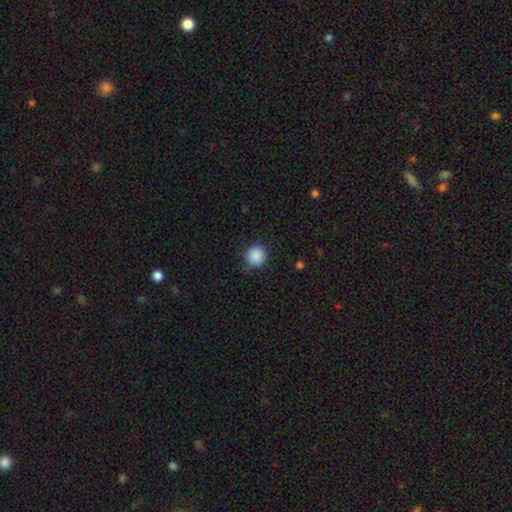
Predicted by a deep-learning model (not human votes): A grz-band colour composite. It shows a smooth galaxy with no disk features (89%) that is round (95%). Merging: none (87%).